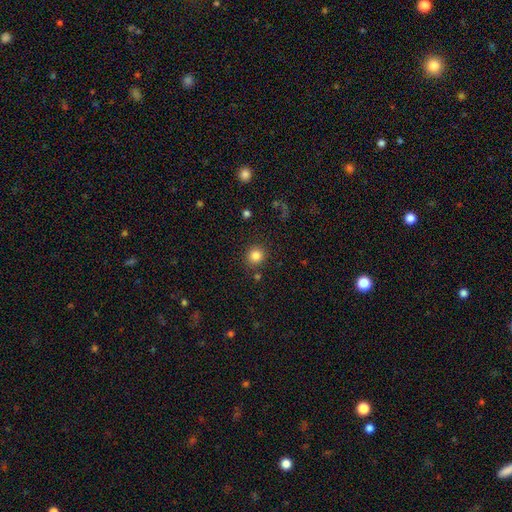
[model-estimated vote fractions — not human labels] This appears to be a smooth galaxy with no disk features (84%) that is round (91%). Merging: none (87%).